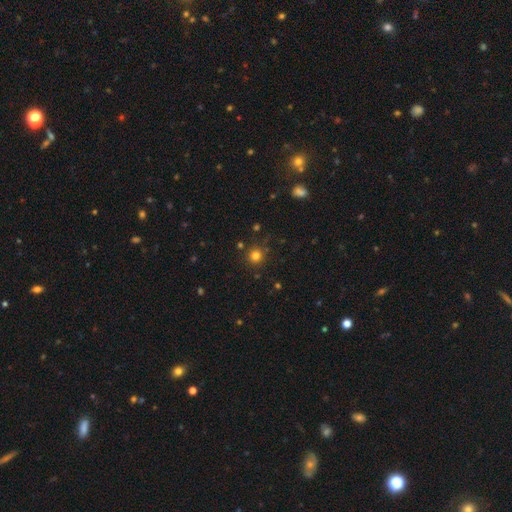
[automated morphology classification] This appears to be a smooth galaxy with no disk features (78%) that is round (94%). Merging: none (86%).